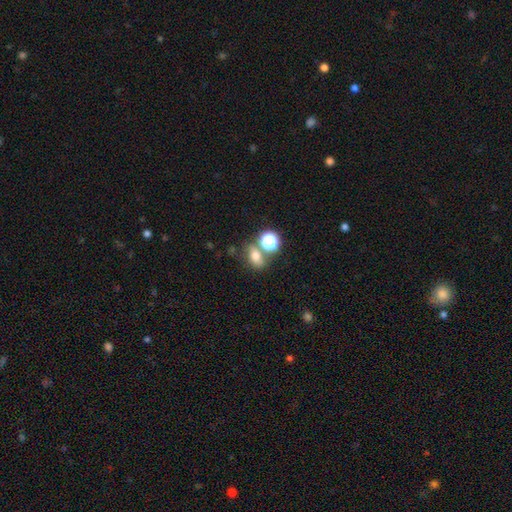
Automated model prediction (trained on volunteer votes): smooth-or-featured: smooth: 68% | star or artifact: 19% | featured or disk: 13%
  how-rounded: in between: 63% | round: 34% | cigar-shaped: 3%
  merging: none: 57% | merger: 24% | minor disturbance: 13% | major disturbance: 6%